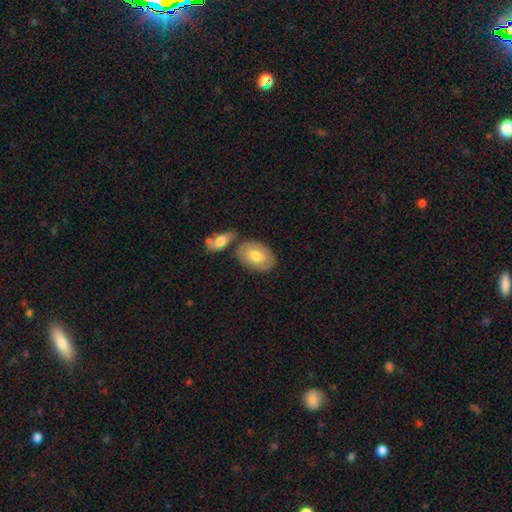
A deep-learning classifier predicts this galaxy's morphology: The model was most divided on "smooth or featured": smooth: 64%, featured or disk: 31%, star or artifact: 5%. More confident: how rounded — in between (89%); merging — none (66%).